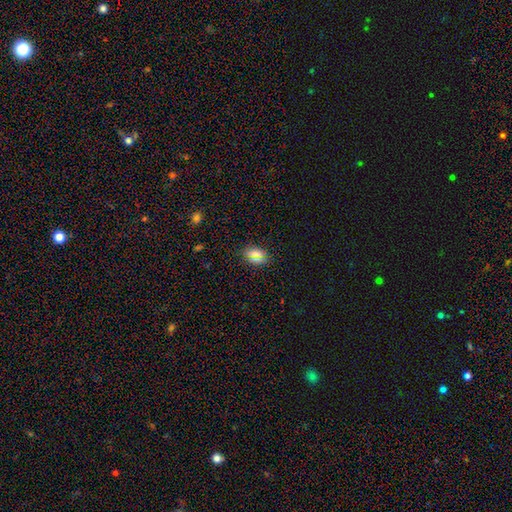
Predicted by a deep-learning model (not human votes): smooth_or_featured: smooth (p=0.72) [alt: star or artifact p=0.20]
how_rounded: in between (p=0.76) [alt: round p=0.20]
merging: none (p=0.85) [alt: minor disturbance p=0.10]